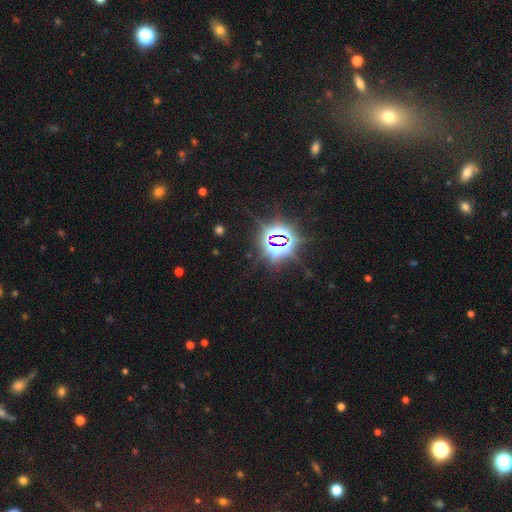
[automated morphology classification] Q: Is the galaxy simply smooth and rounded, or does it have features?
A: star or artifact — 72%.